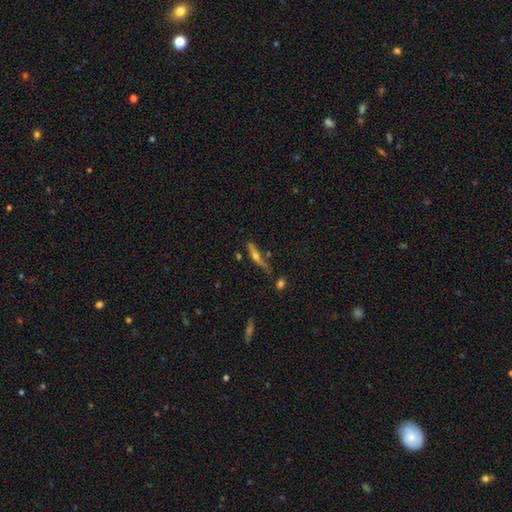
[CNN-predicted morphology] type=featured or disk (62%); edge-on=yes (93%); edge-on bulge=rounded (92%); merging=none (65%).